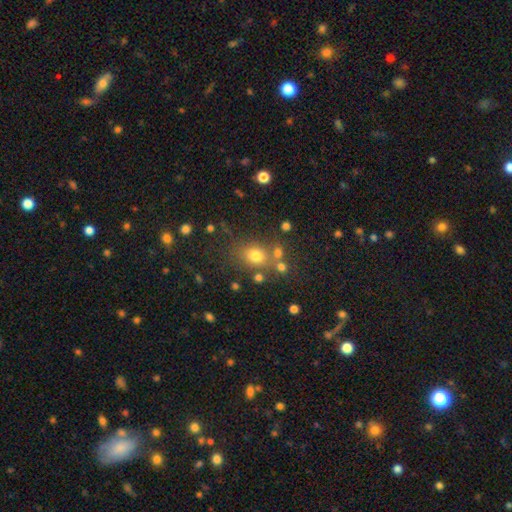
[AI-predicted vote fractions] Q: Smooth or featured?
A: smooth (72%); runner-up: star or artifact (18%)
Q: How rounded?
A: round (60%); runner-up: in between (39%)
Q: Merging?
A: none (66%); runner-up: merger (15%)